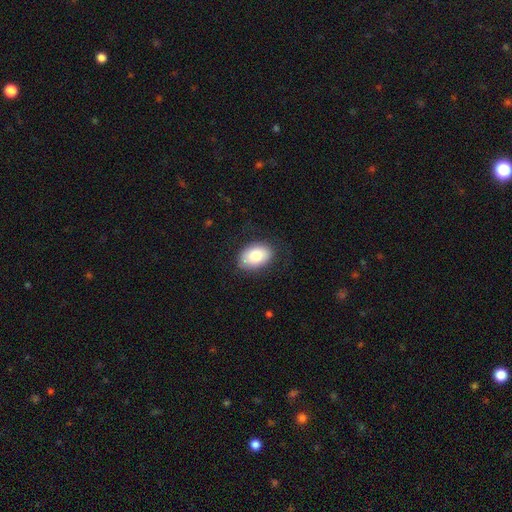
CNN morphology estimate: smooth_or_featured: smooth (p=0.82) [alt: featured or disk p=0.11]
how_rounded: in between (p=0.87) [alt: round p=0.12]
merging: none (p=0.80) [alt: minor disturbance p=0.15]